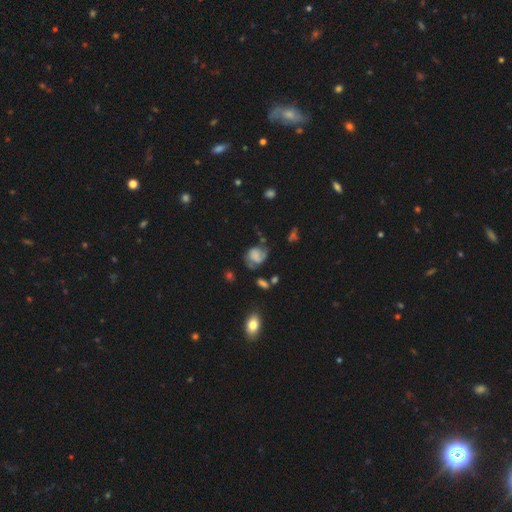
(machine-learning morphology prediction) The model was most divided on "smooth or featured": featured or disk: 48%, smooth: 41%, star or artifact: 11%. Remaining: merging — none (43%).